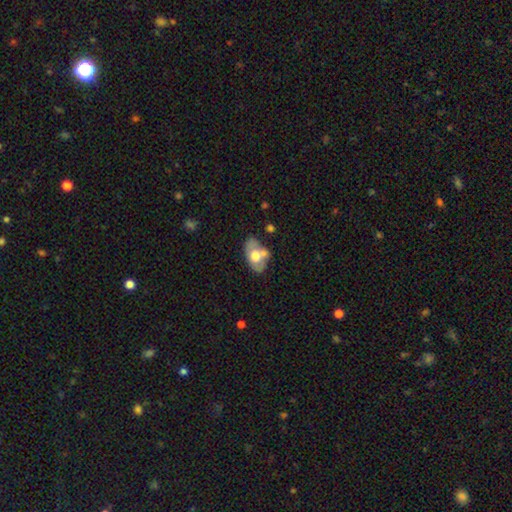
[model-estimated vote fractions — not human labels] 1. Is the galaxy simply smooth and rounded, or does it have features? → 52% smooth, 42% featured or disk, 6% star or artifact.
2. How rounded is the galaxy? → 90% in between, 8% round, 2% cigar-shaped.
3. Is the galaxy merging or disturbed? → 45% none, 26% merger, 21% minor disturbance, 7% major disturbance.